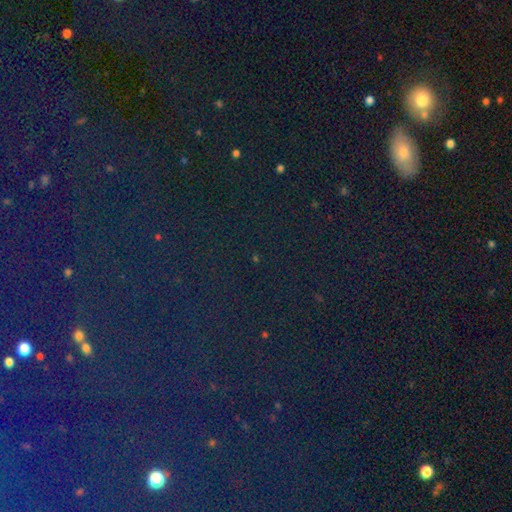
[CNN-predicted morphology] Smooth or featured: star or artifact — 72% (smooth — 18%)